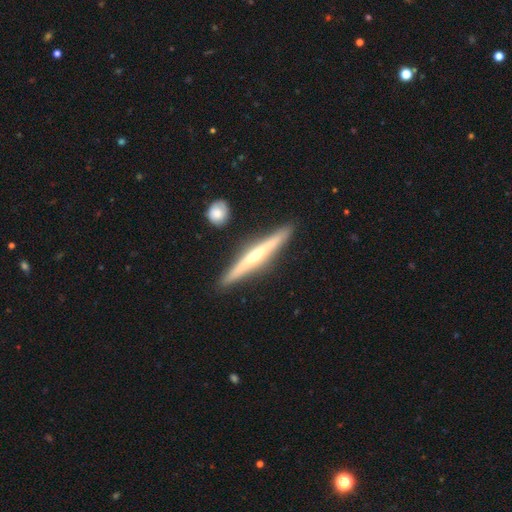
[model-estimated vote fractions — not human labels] A featured or disk galaxy (68%) viewed edge-on (96%) with a rounded central bulge (79%). Merging: none (89%).